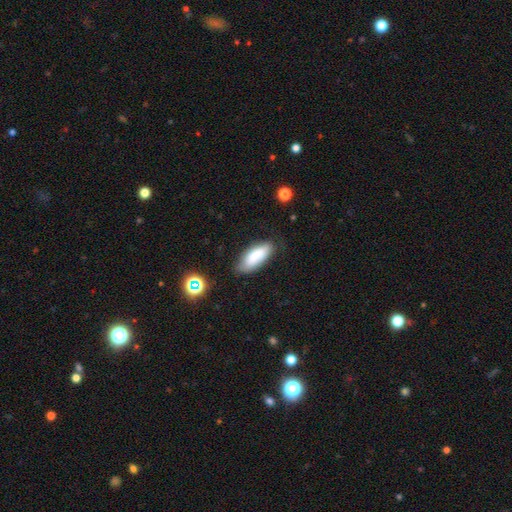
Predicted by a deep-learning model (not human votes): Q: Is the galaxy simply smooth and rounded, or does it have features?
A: smooth — 81%.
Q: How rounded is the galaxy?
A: in between — 78%.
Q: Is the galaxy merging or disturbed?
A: none — 73%.